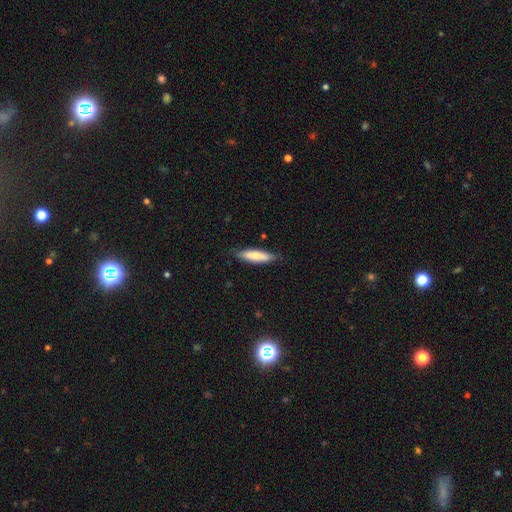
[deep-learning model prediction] Smooth or featured? smooth (78%)
How rounded? cigar-shaped (73%)
Merging? none (81%)